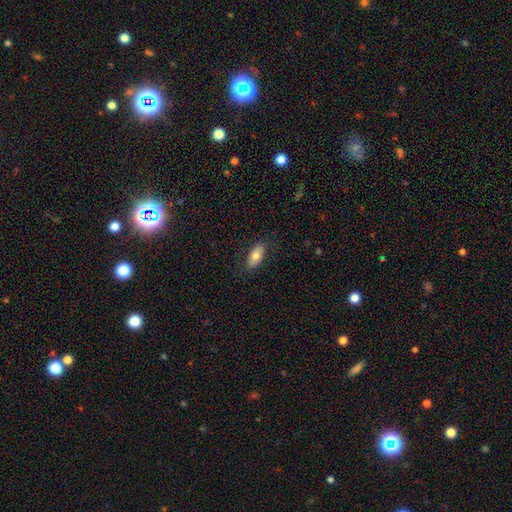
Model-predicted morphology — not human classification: type=smooth (76%); roundness=in between (90%); merging=none (85%).